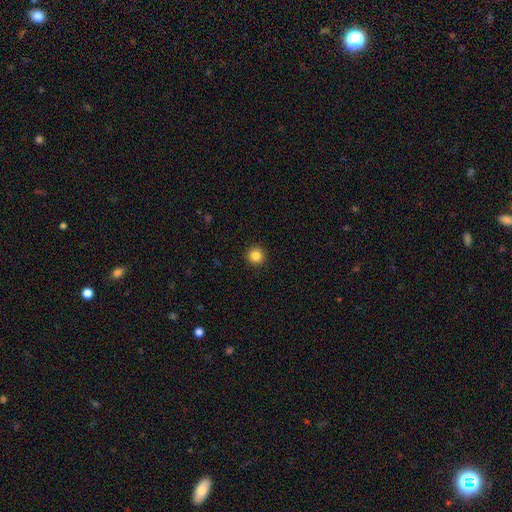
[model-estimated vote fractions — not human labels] Morphology: type=smooth (85%); roundness=round (94%); merging=none (92%).